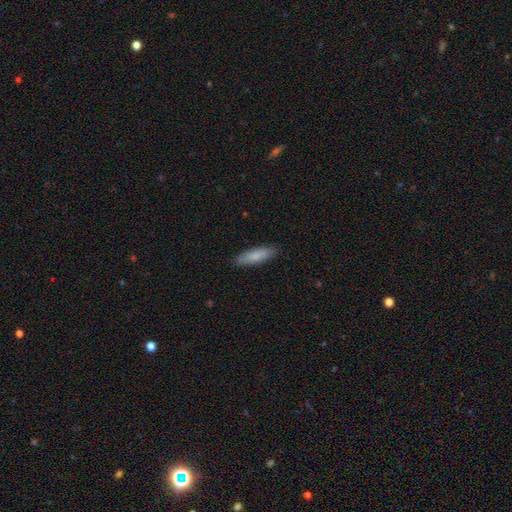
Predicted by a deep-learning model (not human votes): A smooth galaxy with no disk features (84%) that is cigar-shaped (61%).

Vote fractions:
- Smooth or featured? smooth: 84% / featured or disk: 11% / star or artifact: 5%
- How rounded? cigar-shaped: 61% / in between: 37% / round: 1%
- Merging? none: 88% / minor disturbance: 9% / major disturbance: 2% / merger: 1%